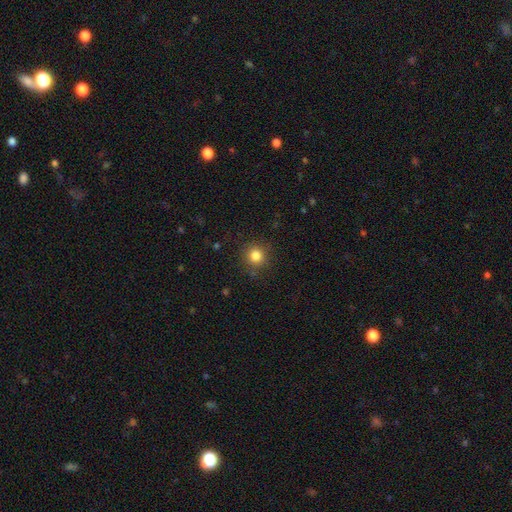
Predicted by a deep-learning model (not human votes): Morphology: type=smooth (83%); roundness=round (92%); merging=none (88%).